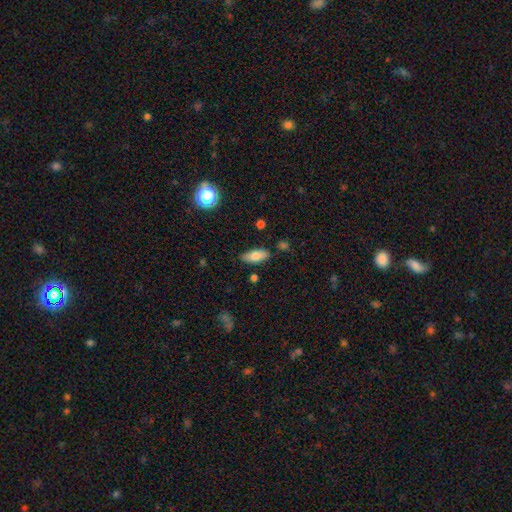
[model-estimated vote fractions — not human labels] Smooth or featured: smooth — 76% (featured or disk — 16%)
How rounded: in between — 80% (cigar-shaped — 17%)
Merging: none — 84% (minor disturbance — 11%)